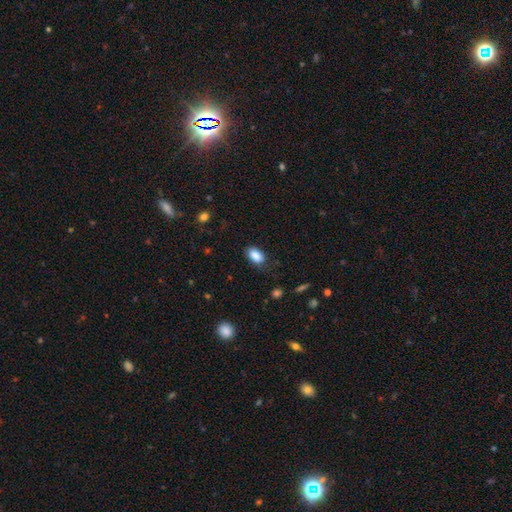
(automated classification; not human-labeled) smooth-or-featured: smooth: 86% | star or artifact: 8% | featured or disk: 6%
  how-rounded: in between: 91% | round: 6% | cigar-shaped: 3%
  merging: none: 78% | minor disturbance: 17% | major disturbance: 4% | merger: 1%